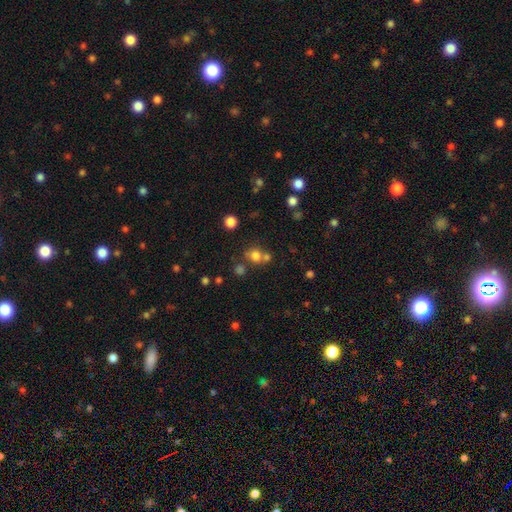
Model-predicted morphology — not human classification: type=smooth (73%); roundness=round (81%); merging=none (57%).